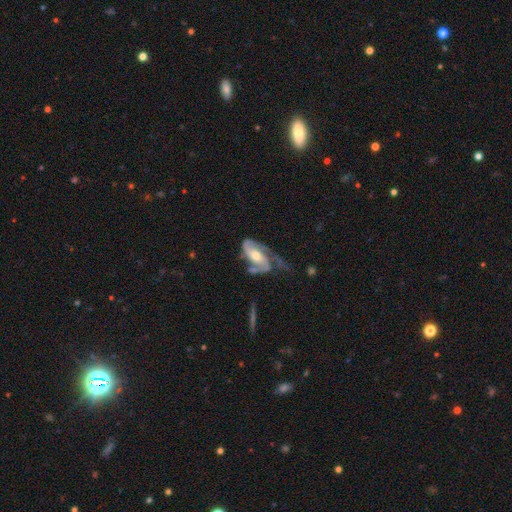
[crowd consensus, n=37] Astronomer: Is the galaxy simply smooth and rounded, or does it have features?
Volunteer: featured or disk — 84%.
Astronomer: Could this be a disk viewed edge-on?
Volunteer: no — 94%.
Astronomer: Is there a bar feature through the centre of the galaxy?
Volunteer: no — 52%.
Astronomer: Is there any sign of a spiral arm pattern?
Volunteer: yes — 97%.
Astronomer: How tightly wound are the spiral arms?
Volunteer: medium — 43% (runner-up: loose, 36%).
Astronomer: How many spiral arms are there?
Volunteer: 2 — 89%.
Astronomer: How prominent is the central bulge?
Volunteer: moderate — 66%.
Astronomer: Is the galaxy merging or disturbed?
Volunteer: major disturbance — 39% (runner-up: none, 31%).